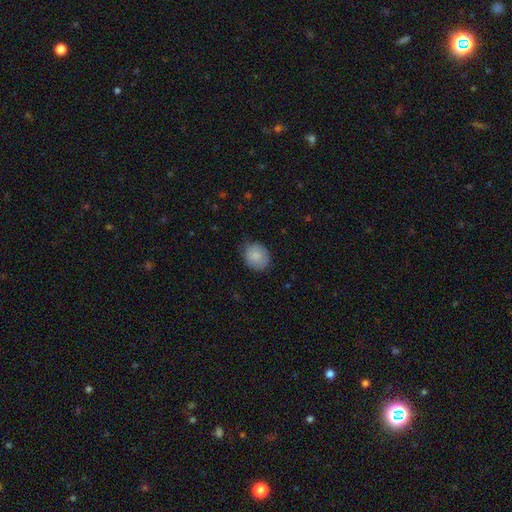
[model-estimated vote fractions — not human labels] Morphology: type=smooth (85%); roundness=round (69%); merging=none (75%).